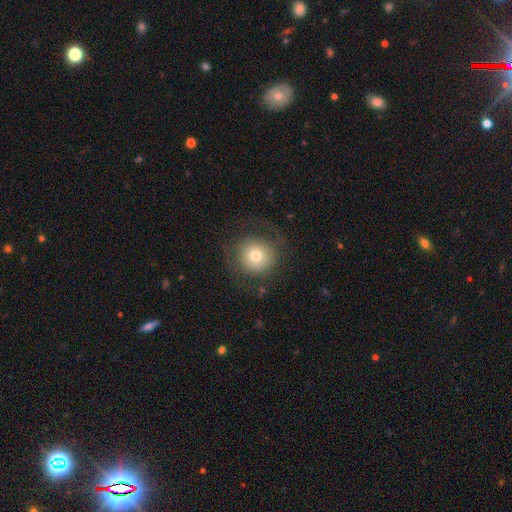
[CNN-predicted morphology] This is likely a smooth galaxy (69%). How rounded: clearly round (94%). Merging: likely none (73%).